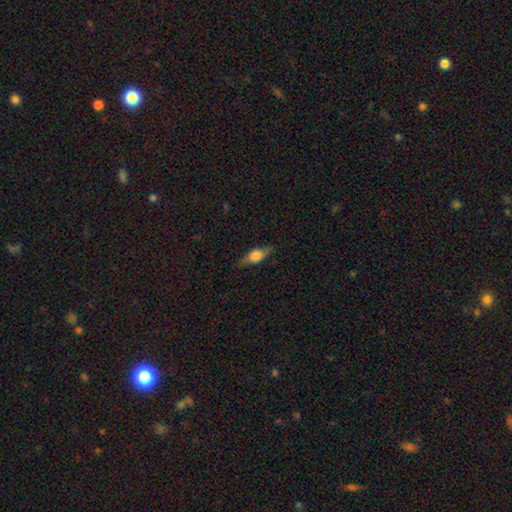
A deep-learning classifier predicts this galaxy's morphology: The model was most divided on "smooth or featured": smooth: 50%, featured or disk: 42%, star or artifact: 7%. More confident: merging — none (80%); how rounded — in between (62%).